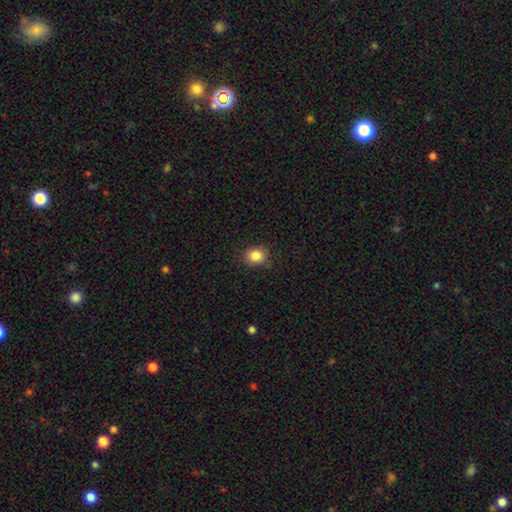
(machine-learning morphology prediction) The model was most divided on "how rounded": round: 70%, in between: 29%, cigar-shaped: 1%. More confident: smooth or featured — smooth (85%); merging — none (83%).